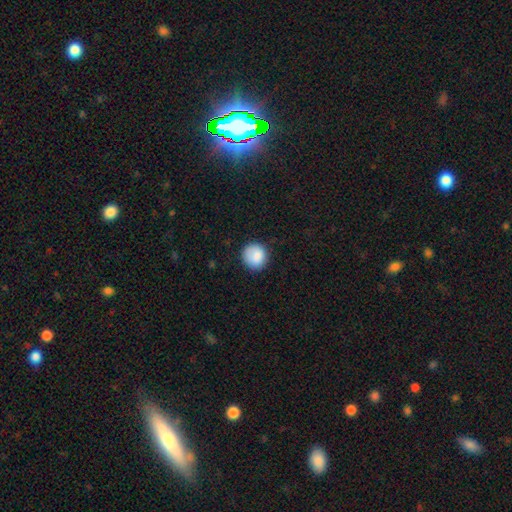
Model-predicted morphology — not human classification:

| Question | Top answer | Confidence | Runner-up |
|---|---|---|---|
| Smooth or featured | smooth | 86% | star or artifact (8%) |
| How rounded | round | 89% | in between (10%) |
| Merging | none | 82% | minor disturbance (14%) |